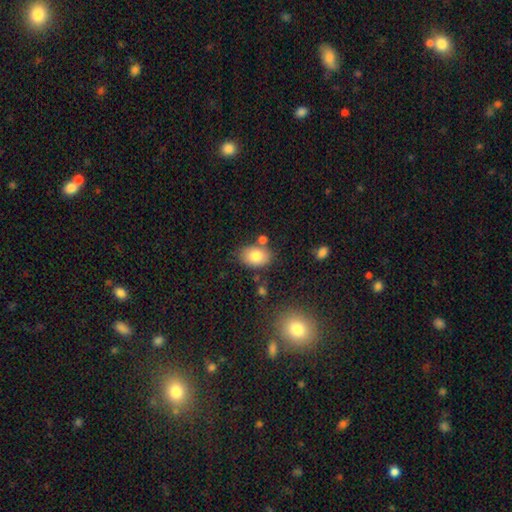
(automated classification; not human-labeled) Smooth or featured: smooth — 79% (featured or disk — 12%)
How rounded: in between — 80% (round — 19%)
Merging: none — 72% (minor disturbance — 15%)